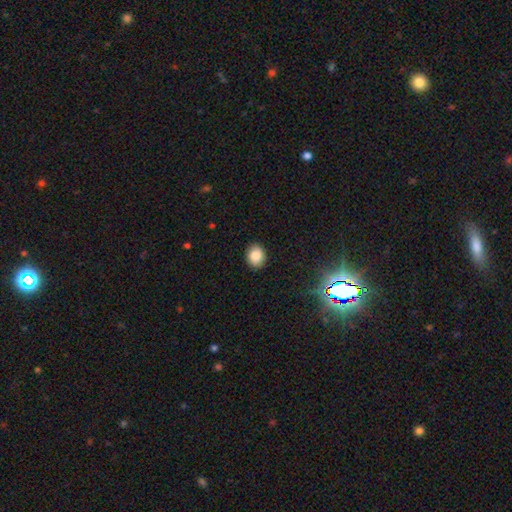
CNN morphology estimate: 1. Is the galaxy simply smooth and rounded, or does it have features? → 86% smooth, 9% star or artifact, 5% featured or disk.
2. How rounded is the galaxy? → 50% in between, 49% round, 1% cigar-shaped.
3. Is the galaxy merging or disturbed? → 88% none, 9% minor disturbance, 2% major disturbance, 1% merger.